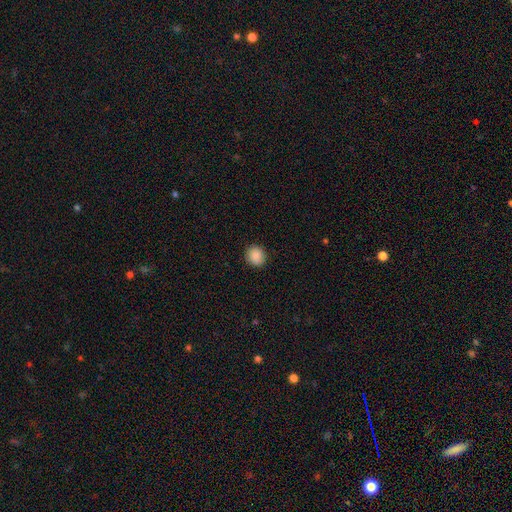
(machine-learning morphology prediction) A smooth galaxy with no disk features (89%) that is round (83%).

Vote fractions:
- Smooth or featured? smooth: 89% / star or artifact: 8% / featured or disk: 3%
- How rounded? round: 83% / in between: 16% / cigar-shaped: 1%
- Merging? none: 89% / minor disturbance: 8% / major disturbance: 2% / merger: 1%